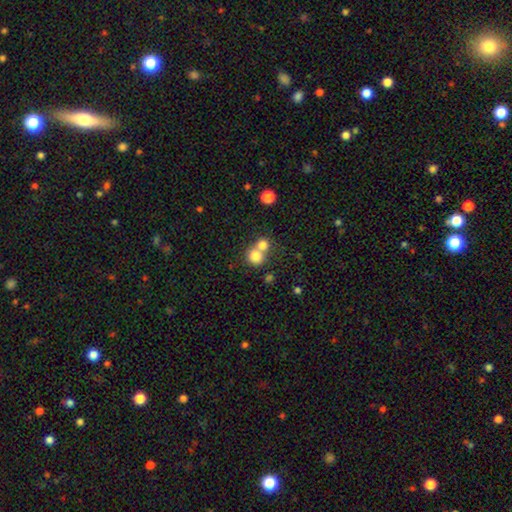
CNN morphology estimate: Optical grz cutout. It shows a smooth galaxy with no disk features (79%) that is round (84%). Merging: merger (54%).